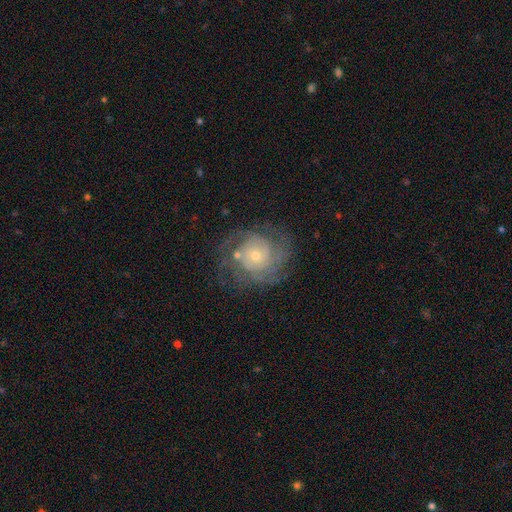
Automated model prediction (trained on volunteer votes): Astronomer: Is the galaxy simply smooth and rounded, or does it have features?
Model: featured or disk — 81%.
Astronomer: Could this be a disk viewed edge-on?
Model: no — 97%.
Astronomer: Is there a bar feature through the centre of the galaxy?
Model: no — 78%.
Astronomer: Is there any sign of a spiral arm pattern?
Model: yes — 92%.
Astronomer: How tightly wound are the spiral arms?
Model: tight — 63%.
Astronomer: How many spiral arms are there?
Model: can't tell — 35% (runner-up: 3, 21%).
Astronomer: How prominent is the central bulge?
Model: small — 59% (runner-up: moderate, 36%).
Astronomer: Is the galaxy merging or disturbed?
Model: none — 69%.